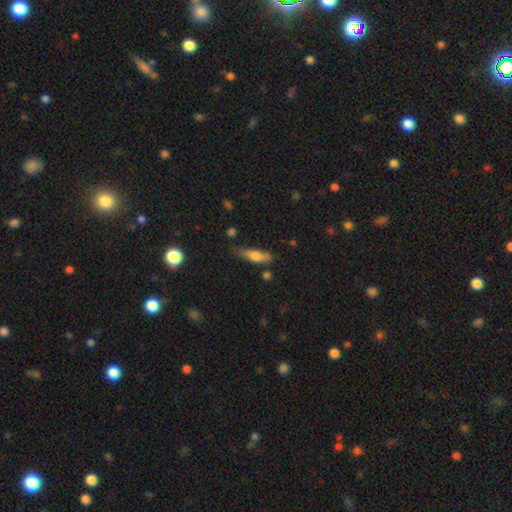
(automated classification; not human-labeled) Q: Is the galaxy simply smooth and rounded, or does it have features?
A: smooth — 69%.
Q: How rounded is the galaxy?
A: cigar-shaped — 55%.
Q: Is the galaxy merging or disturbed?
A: none — 61%.